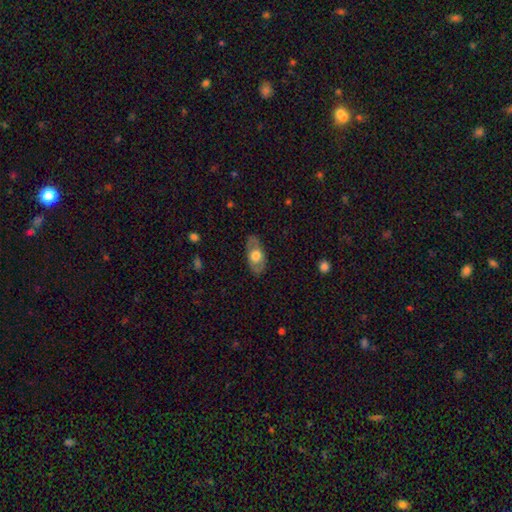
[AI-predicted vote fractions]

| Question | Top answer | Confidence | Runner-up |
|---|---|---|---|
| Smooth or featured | smooth | 56% | featured or disk (39%) |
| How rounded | in between | 89% | round (7%) |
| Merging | none | 80% | minor disturbance (15%) |